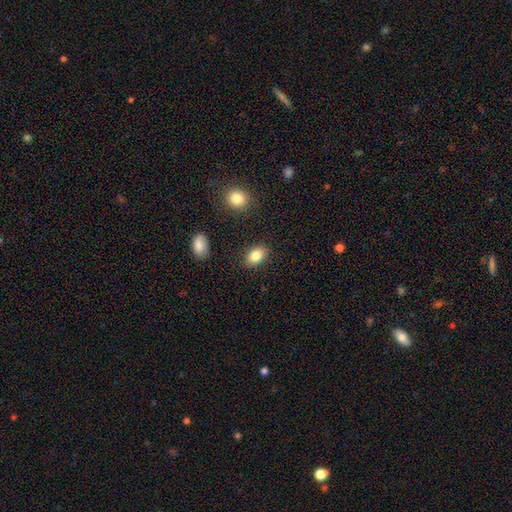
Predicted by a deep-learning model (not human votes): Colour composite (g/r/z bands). It shows a smooth galaxy with no disk features (84%) that is in between round and cigar-shaped (83%). Merging: none (86%).